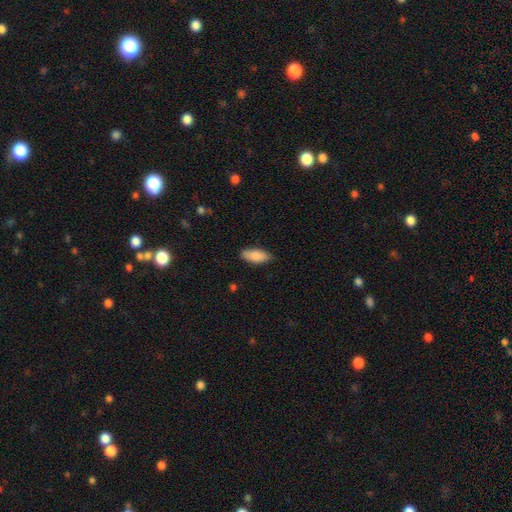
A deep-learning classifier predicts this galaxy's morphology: This appears to be a smooth galaxy with no disk features (87%) that is in between round and cigar-shaped (83%). Merging: none (83%).